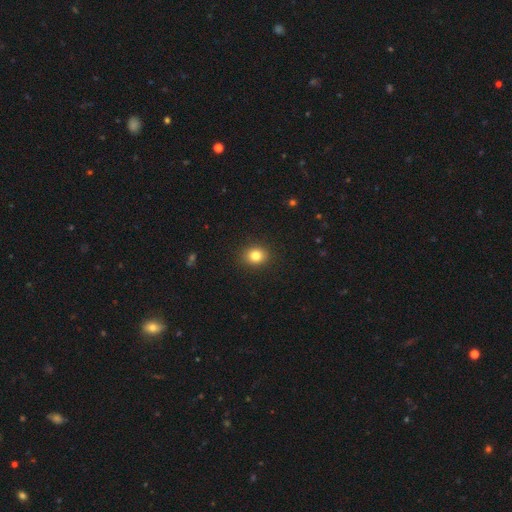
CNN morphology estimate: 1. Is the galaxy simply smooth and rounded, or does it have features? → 82% smooth, 11% star or artifact, 6% featured or disk.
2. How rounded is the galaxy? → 69% round, 30% in between, 1% cigar-shaped.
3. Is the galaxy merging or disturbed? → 91% none, 6% minor disturbance, 2% major disturbance, 1% merger.